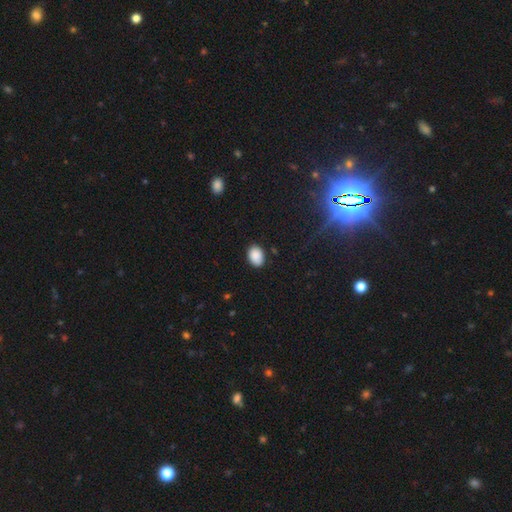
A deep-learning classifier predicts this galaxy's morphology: smooth-or-featured: smooth: 89% | star or artifact: 8% | featured or disk: 3%
  how-rounded: in between: 79% | round: 20% | cigar-shaped: 1%
  merging: none: 86% | minor disturbance: 11% | major disturbance: 2% | merger: 1%